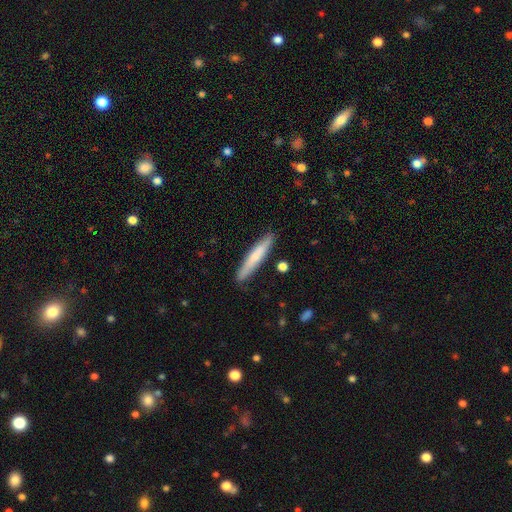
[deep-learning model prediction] Smooth or featured? smooth (64%)
How rounded? cigar-shaped (93%)
Merging? none (89%)